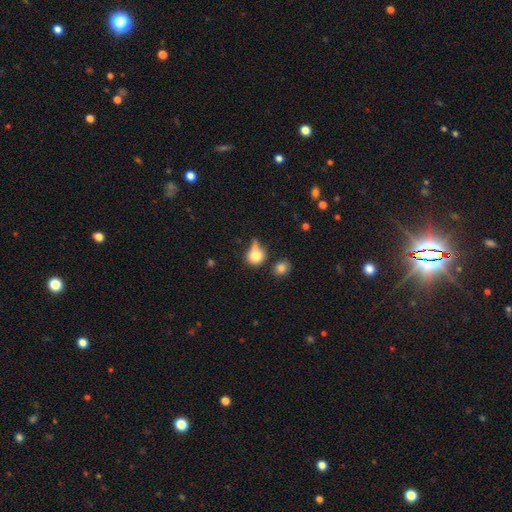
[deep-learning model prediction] Smooth or featured?
  - smooth: 78% *
  - featured or disk: 11%
  - star or artifact: 10%
How rounded?
  - round: 75% *
  - in between: 23%
  - cigar-shaped: 2%
Merging?
  - none: 44% *
  - minor disturbance: 23%
  - merger: 20%
  - major disturbance: 13%